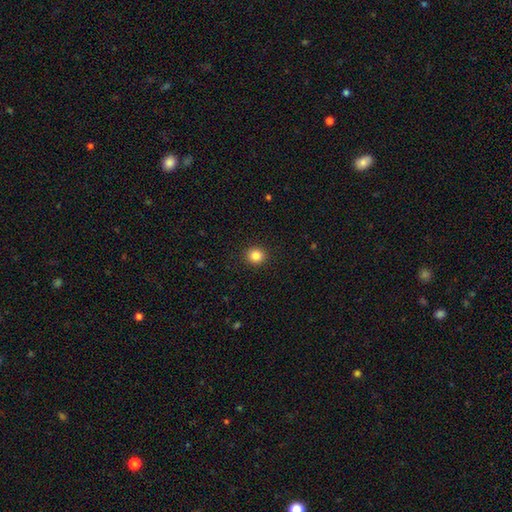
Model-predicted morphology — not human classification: This appears to be a smooth galaxy with no disk features (85%) that is round (87%). Merging: none (92%).